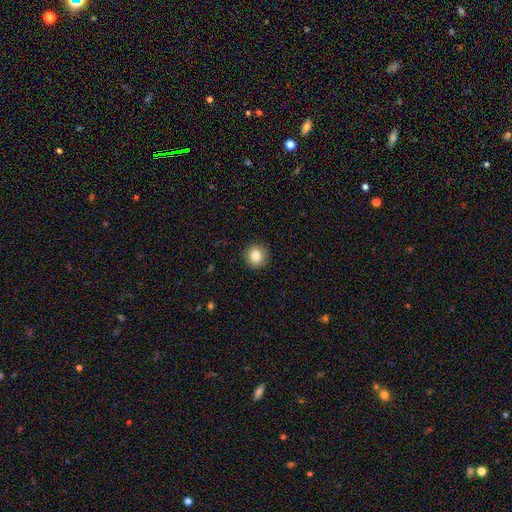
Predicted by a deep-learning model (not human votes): smooth 84%, star or artifact 9%, featured or disk 7%. Down the decision tree: how rounded — round (90%); merging — none (91%).